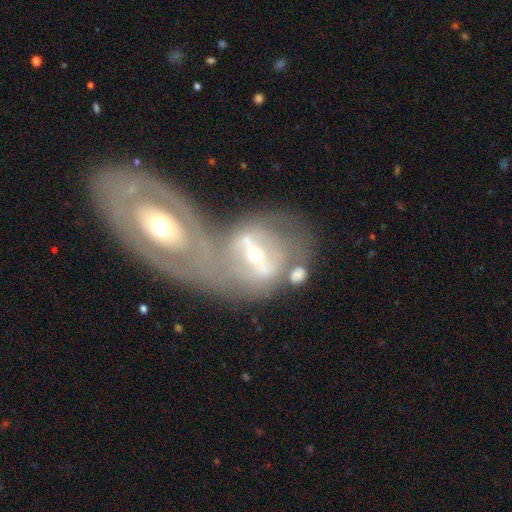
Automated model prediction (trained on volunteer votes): A featured or disk galaxy (79%) with a strong bar (57%), spiral arms (64%) and a moderate central bulge (53%). Merging: merger (64%).